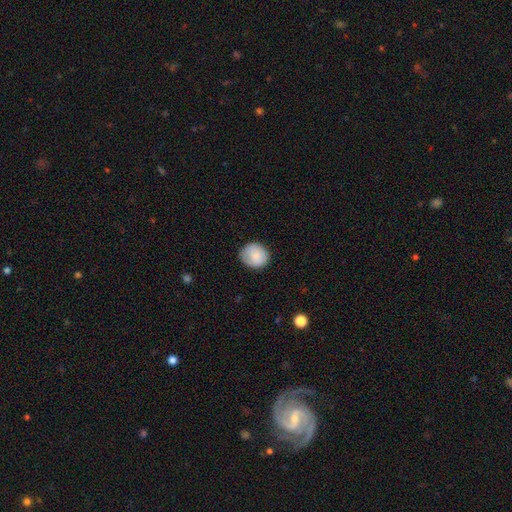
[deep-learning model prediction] Smooth or featured: smooth — 82% (featured or disk — 11%)
How rounded: round — 81% (in between — 18%)
Merging: none — 82% (minor disturbance — 14%)